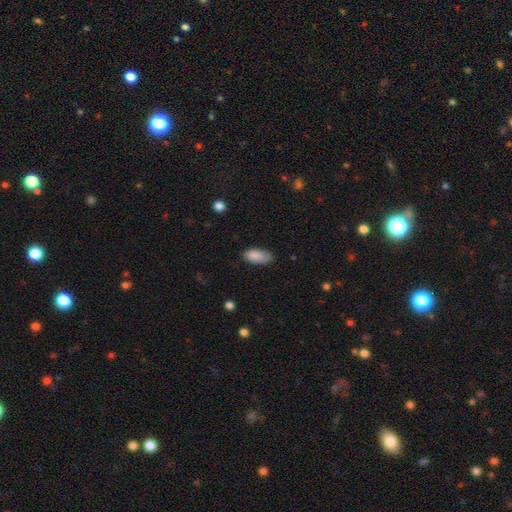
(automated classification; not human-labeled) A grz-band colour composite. It shows a smooth galaxy with no disk features (88%) that is in between round and cigar-shaped (91%). Merging: none (74%).